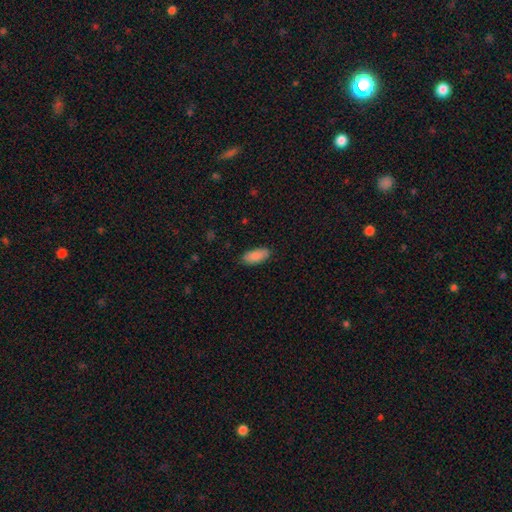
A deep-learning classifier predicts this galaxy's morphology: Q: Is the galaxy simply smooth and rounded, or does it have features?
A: smooth — 89%.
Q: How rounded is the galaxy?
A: in between — 87%.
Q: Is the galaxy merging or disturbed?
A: none — 85%.